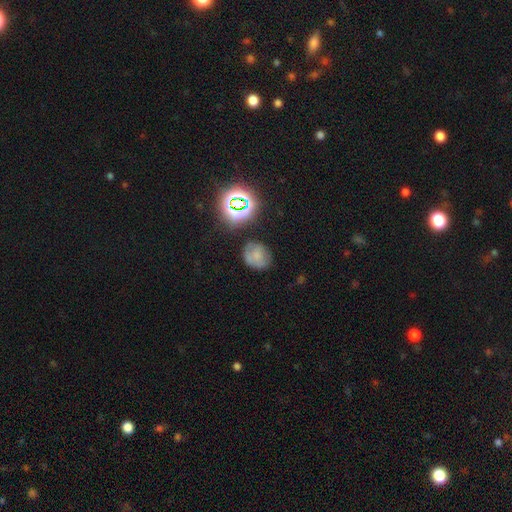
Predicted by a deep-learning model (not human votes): A smooth galaxy with no disk features (58%) that is round (68%). Merging: none (66%).